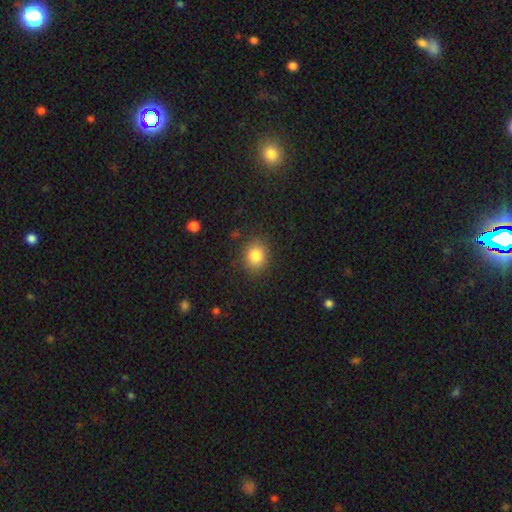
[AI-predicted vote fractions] Smooth or featured? smooth (84%)
How rounded? round (66%)
Merging? none (85%)